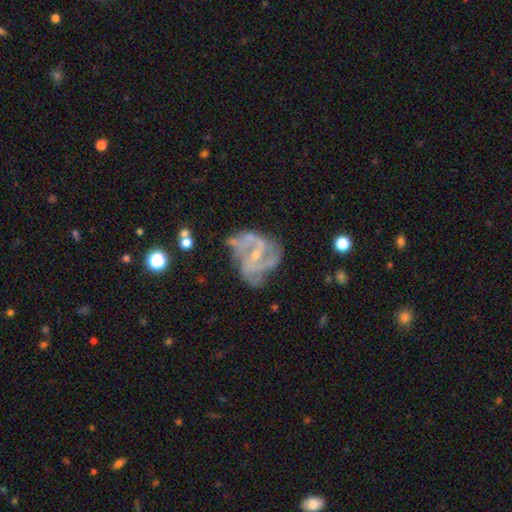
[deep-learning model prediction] Q: Smooth or featured?
A: featured or disk (83%); runner-up: smooth (9%)
Q: Edge-on disk?
A: no (98%); runner-up: yes (2%)
Q: Bar?
A: no (45%); runner-up: weak (40%)
Q: Spiral arms?
A: yes (85%); runner-up: no (15%)
Q: Spiral winding?
A: medium (48%); runner-up: loose (27%)
Q: Spiral arm count?
A: 3 (30%); tied with: 2 (30%)
Q: Bulge size?
A: small (70%); runner-up: moderate (24%)
Q: Merging?
A: none (45%); runner-up: minor disturbance (25%)